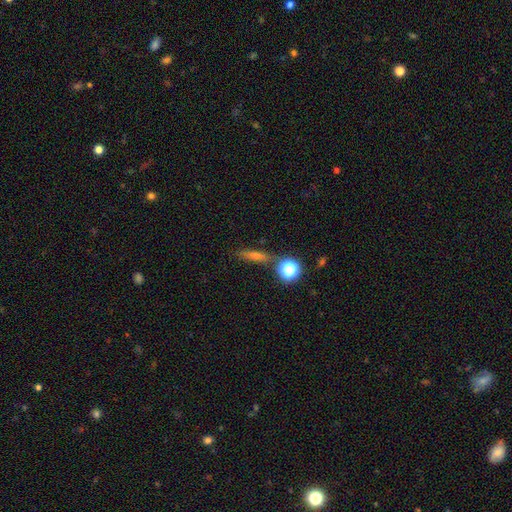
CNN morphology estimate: Smooth or featured?
  - smooth: 41% *
  - featured or disk: 36%
  - star or artifact: 23%
Merging?
  - none: 76% *
  - minor disturbance: 11%
  - merger: 9%
  - major disturbance: 4%